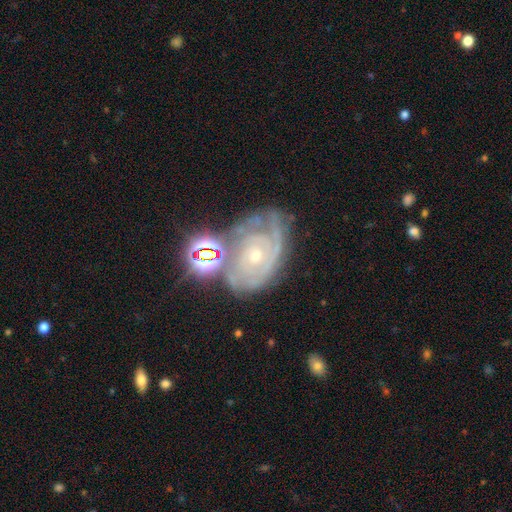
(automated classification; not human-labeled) smooth_or_featured: featured or disk (p=0.79) [alt: star or artifact p=0.12]
disk_edge_on: no (p=0.96) [alt: yes p=0.04]
bar: no (p=0.79) [alt: weak p=0.17]
has_spiral_arms: yes (p=0.92) [alt: no p=0.08]
spiral_winding: tight (p=0.73) [alt: medium p=0.22]
spiral_arm_count: can't tell (p=0.42) [alt: 2 p=0.22]
bulge_size: small (p=0.71) [alt: moderate p=0.25]
merging: none (p=0.55) [alt: minor disturbance p=0.23]